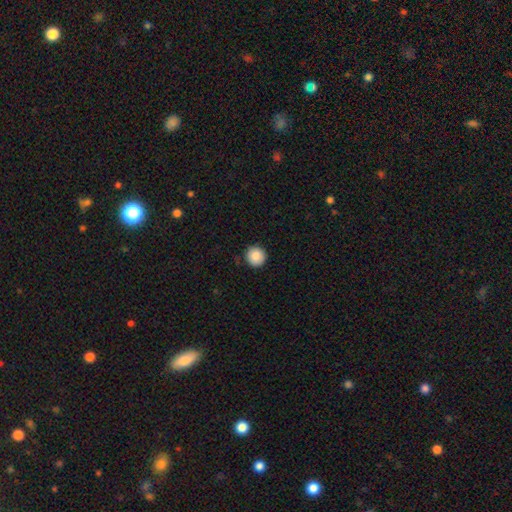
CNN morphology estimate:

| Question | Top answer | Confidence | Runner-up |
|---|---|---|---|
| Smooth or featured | smooth | 85% | star or artifact (9%) |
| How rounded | round | 96% | in between (3%) |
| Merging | none | 91% | minor disturbance (6%) |